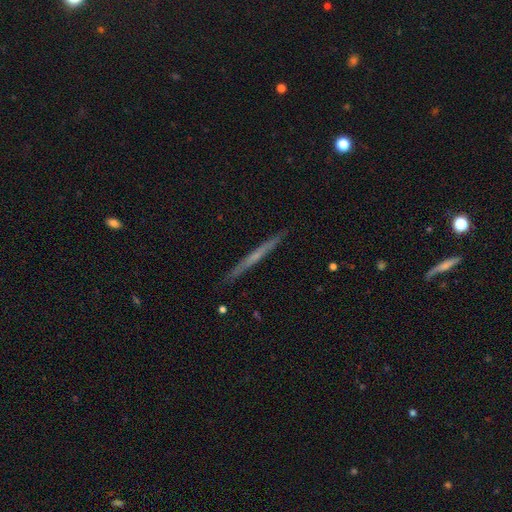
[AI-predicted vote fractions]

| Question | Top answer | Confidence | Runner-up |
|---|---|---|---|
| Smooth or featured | featured or disk | 58% | smooth (36%) |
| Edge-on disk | yes | 98% | no (2%) |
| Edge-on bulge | none | 76% | rounded (19%) |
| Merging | none | 91% | minor disturbance (6%) |